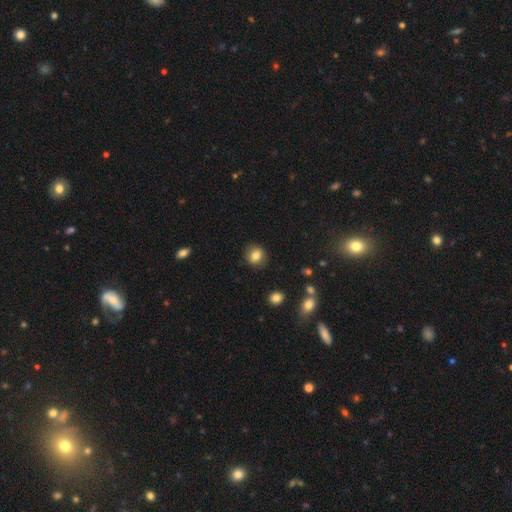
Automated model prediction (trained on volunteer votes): The model was most divided on "how rounded": round: 81%, in between: 18%, cigar-shaped: 1%. More confident: merging — none (87%); smooth or featured — smooth (81%).